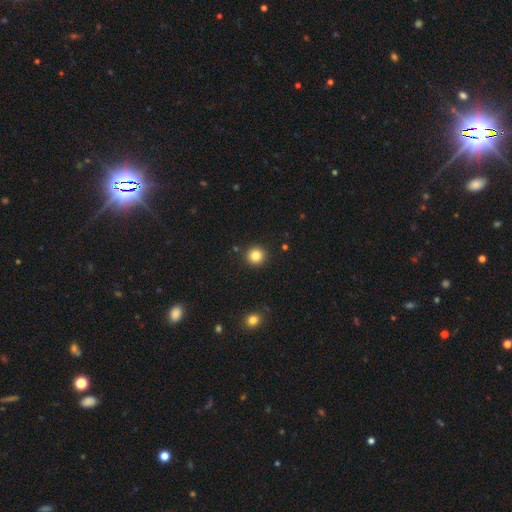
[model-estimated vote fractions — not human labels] The model was most divided on "smooth or featured": smooth: 84%, star or artifact: 11%, featured or disk: 5%. More confident: how rounded — round (93%); merging — none (91%).